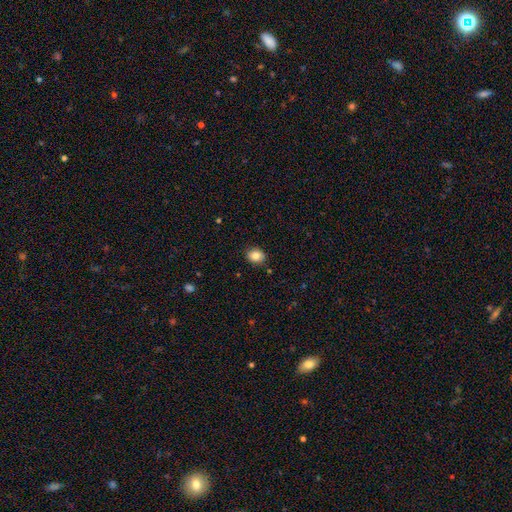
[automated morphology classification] Smooth or featured: smooth — 84% (star or artifact — 10%)
How rounded: round — 60% (in between — 39%)
Merging: none — 89% (minor disturbance — 8%)